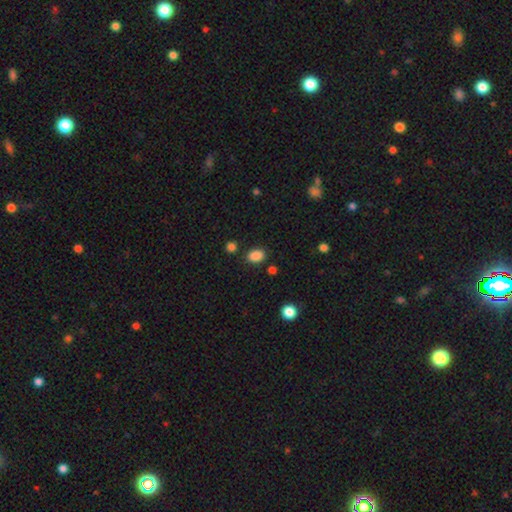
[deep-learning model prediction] This is clearly a smooth galaxy (87%). How rounded: likely in between (76%). Merging: clearly none (83%).